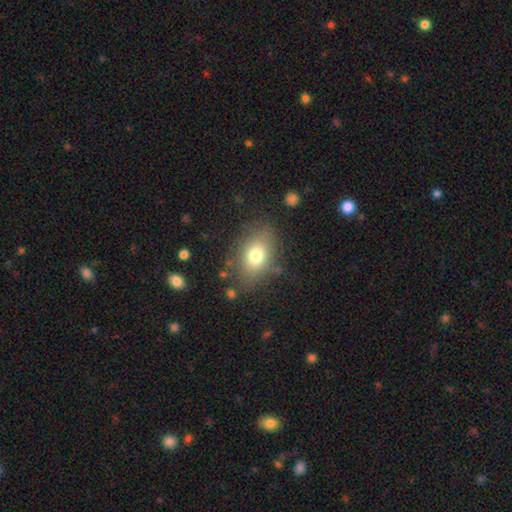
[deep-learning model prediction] Smooth or featured? smooth (75%)
How rounded? in between (76%)
Merging? none (77%)